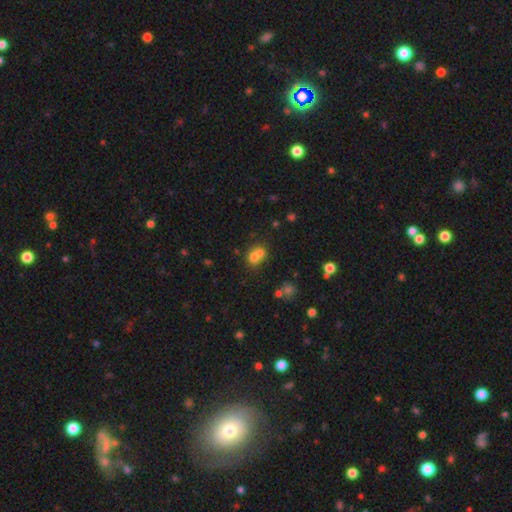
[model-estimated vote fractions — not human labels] Smooth or featured? smooth (68%)
How rounded? round (70%)
Merging? merger (62%)